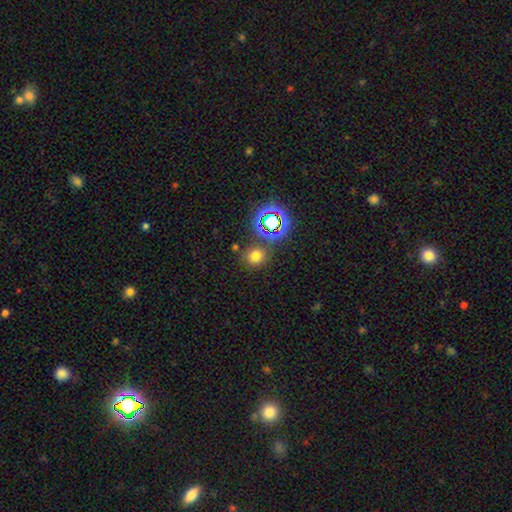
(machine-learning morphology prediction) This is likely a smooth galaxy (67%). How rounded: clearly round (84%). Merging: likely none (79%).